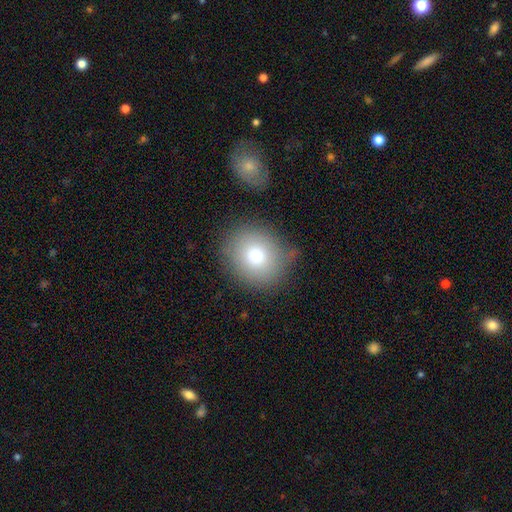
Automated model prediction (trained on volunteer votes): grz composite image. It shows a smooth galaxy with no disk features (74%) that is round (81%). Merging: none (77%).